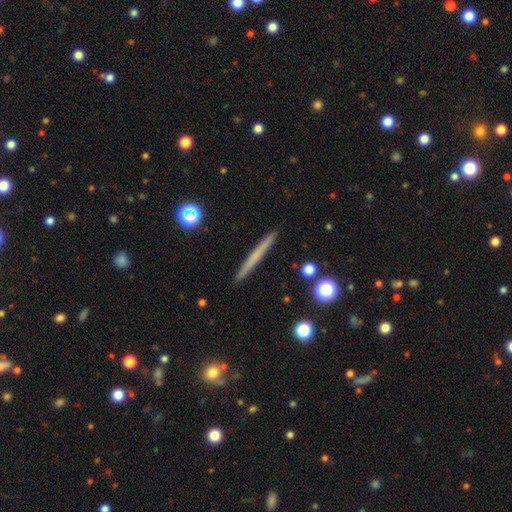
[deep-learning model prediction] This is possibly a smooth galaxy (53%). How rounded: clearly cigar-shaped (96%). Merging: clearly none (92%).